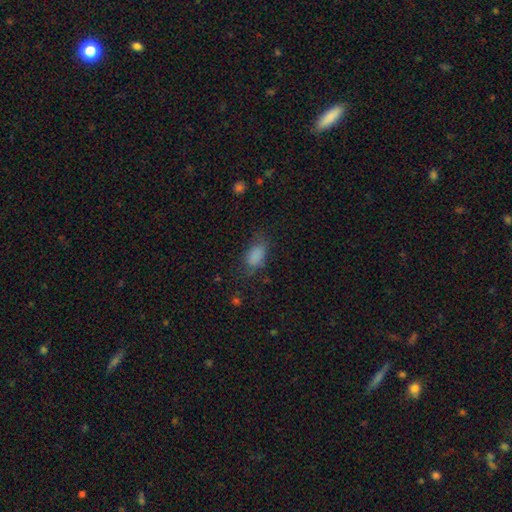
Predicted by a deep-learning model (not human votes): Q: Smooth or featured?
A: smooth (81%); runner-up: star or artifact (11%)
Q: How rounded?
A: in between (89%); runner-up: round (7%)
Q: Merging?
A: none (58%); runner-up: minor disturbance (26%)